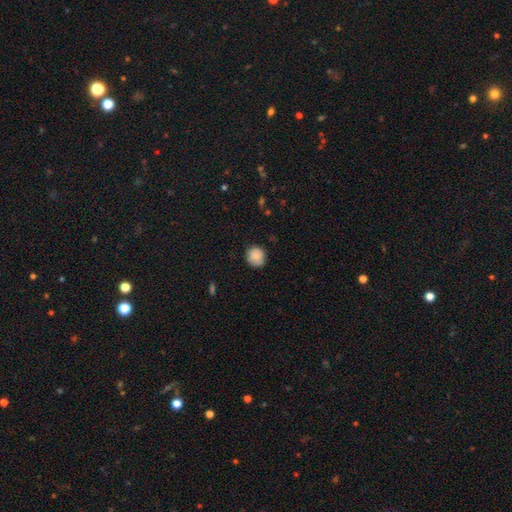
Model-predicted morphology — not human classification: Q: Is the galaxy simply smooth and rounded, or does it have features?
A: smooth — 86%.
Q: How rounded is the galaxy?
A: round — 90%.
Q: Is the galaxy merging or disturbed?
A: none — 82%.